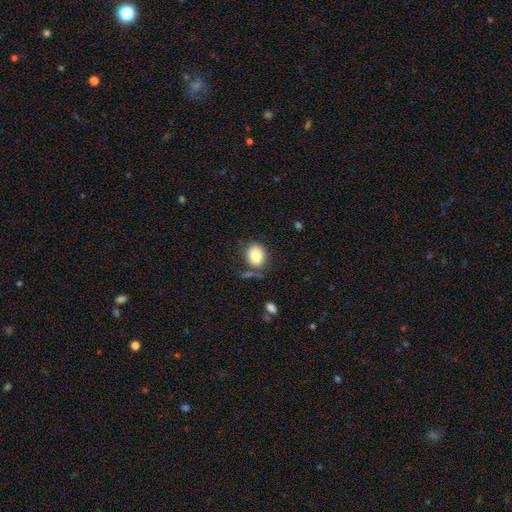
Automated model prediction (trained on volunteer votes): Morphology: type=smooth (84%); roundness=round (50%); merging=none (69%).